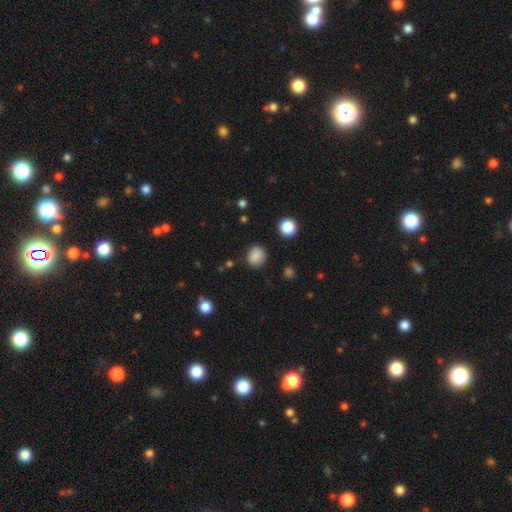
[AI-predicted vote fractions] Overall: smooth (83%). How rounded: round (79%). Merging: none (84%).